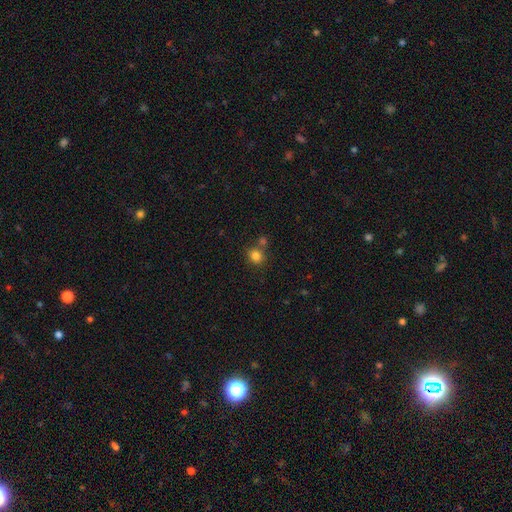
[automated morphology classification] A smooth galaxy with no disk features (82%) that is round (77%). Merging: none (68%).